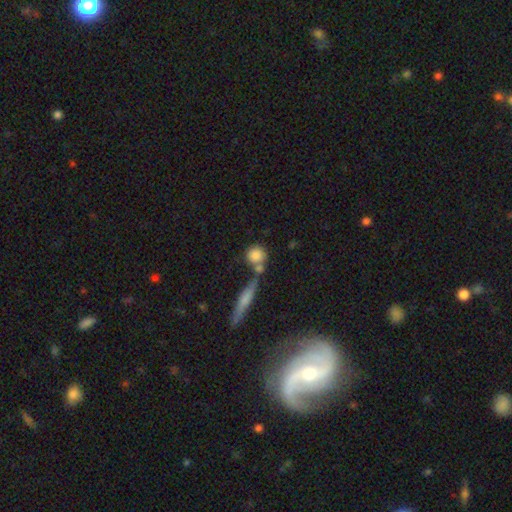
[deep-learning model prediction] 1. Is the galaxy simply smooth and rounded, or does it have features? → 82% smooth, 10% featured or disk, 8% star or artifact.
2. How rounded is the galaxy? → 82% round, 13% in between, 5% cigar-shaped.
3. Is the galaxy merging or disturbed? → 55% none, 28% merger, 11% minor disturbance, 5% major disturbance.